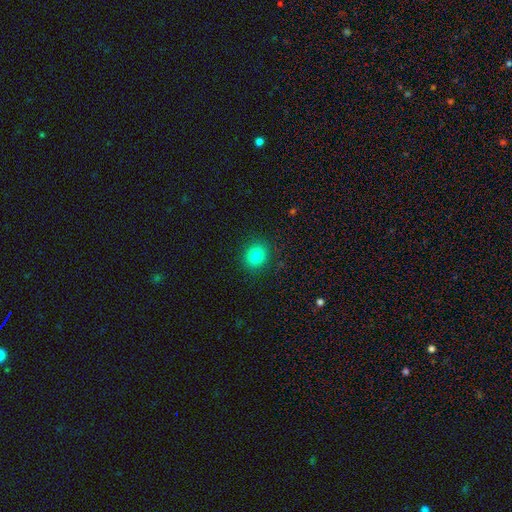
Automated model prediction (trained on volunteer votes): The model was most divided on "how rounded": round: 78%, in between: 21%, cigar-shaped: 1%. More confident: merging — none (90%); smooth or featured — smooth (83%).